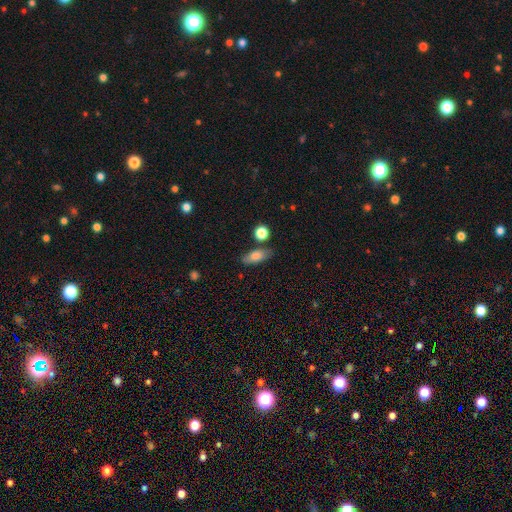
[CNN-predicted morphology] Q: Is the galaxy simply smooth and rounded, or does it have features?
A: smooth — 78%.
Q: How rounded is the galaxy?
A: in between — 74%.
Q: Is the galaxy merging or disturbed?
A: none — 75%.